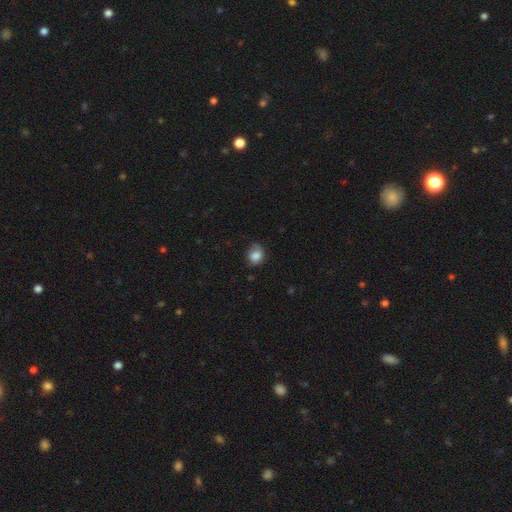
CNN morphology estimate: Smooth or featured? smooth (83%)
How rounded? round (59%)
Merging? none (55%)